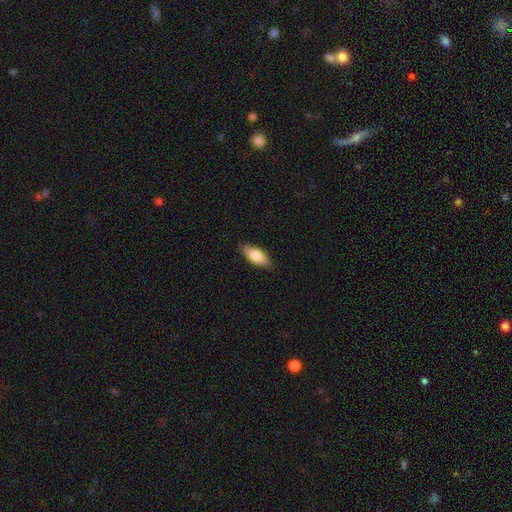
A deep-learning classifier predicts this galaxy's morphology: The model was most divided on "how rounded": in between: 78%, cigar-shaped: 20%, round: 2%. More confident: merging — none (86%); smooth or featured — smooth (83%).